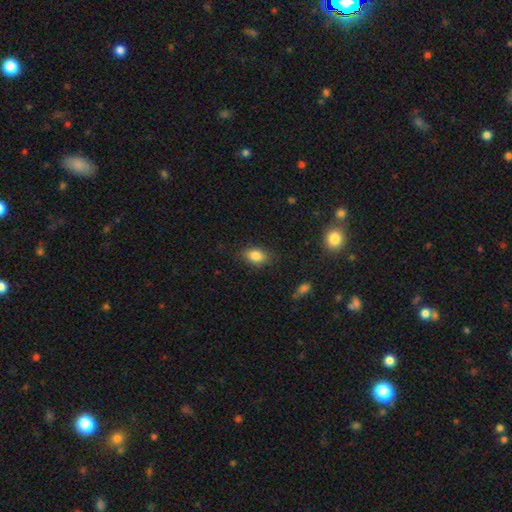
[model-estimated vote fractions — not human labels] This is clearly a smooth galaxy (84%). How rounded: likely in between (79%). Merging: clearly none (81%).